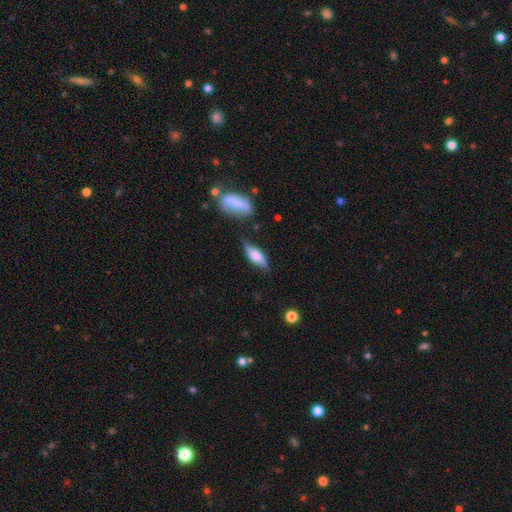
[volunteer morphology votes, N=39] A smooth galaxy with no disk features (62%) that is in between round and cigar-shaped (71%).

Vote fractions:
- Smooth or featured? smooth: 62% / featured or disk: 36% / star or artifact: 3%
- How rounded? in between: 71% / cigar-shaped: 29% / round: 0%
- Merging? none: 66% / minor disturbance: 18% / merger: 11% / major disturbance: 5%